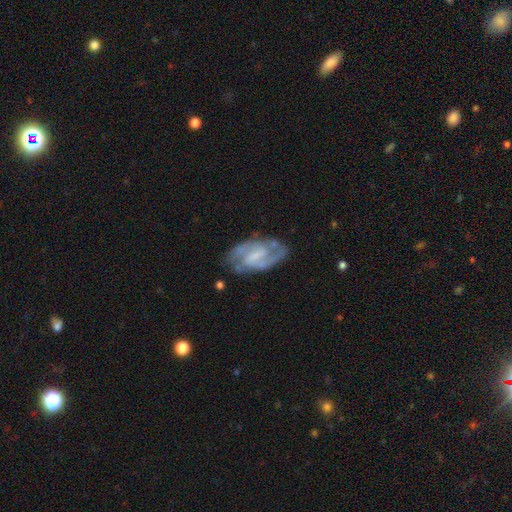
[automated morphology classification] type=featured or disk (82%); edge-on=no (96%); bar=weak (49%); spiral arms=yes (91%); winding=medium (51%); arm count=2 (80%); bulge=small (38%); merging=none (72%).